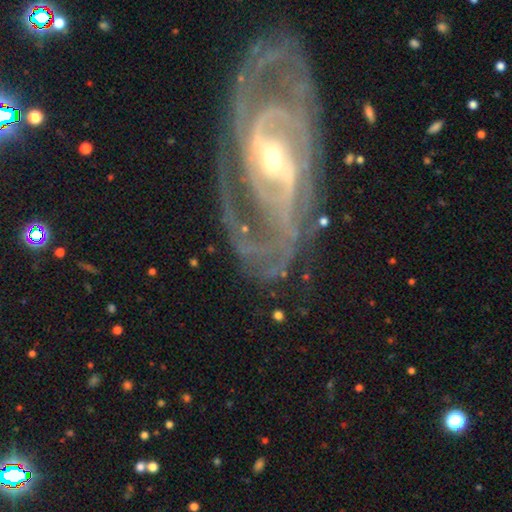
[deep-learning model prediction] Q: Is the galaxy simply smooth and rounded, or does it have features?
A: featured or disk — 89%.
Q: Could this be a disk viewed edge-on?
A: no — 94%.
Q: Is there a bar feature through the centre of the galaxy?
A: weak — 39%.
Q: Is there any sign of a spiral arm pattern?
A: yes — 97%.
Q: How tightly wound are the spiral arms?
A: tight — 50%.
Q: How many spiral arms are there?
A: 2 — 43%.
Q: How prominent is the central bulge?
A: small — 53%.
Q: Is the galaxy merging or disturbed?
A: none — 75%.